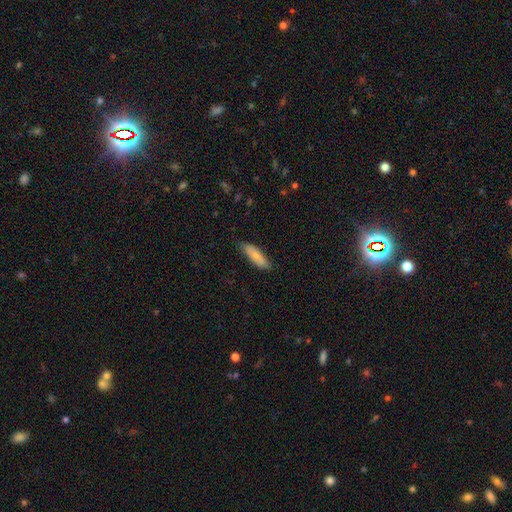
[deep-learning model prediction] Overall: smooth (78%). How rounded: in between (51%; cigar-shaped 47%). Merging: none (81%).